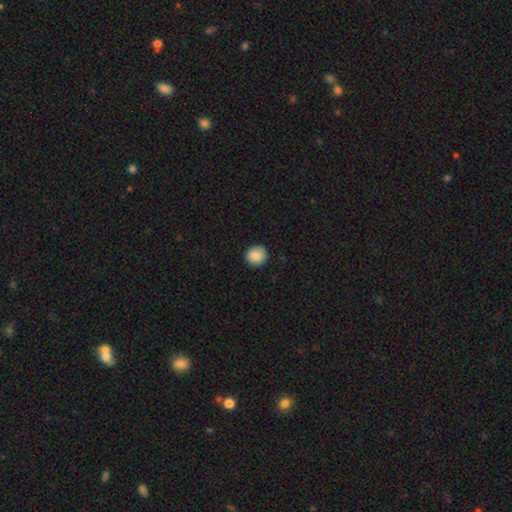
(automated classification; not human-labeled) Overall: smooth (88%). How rounded: round (93%). Merging: none (92%).